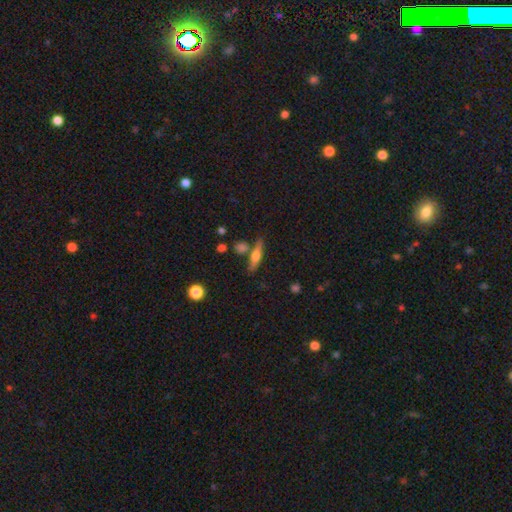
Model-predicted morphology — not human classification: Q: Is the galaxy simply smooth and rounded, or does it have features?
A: featured or disk — 48%.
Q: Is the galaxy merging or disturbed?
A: none — 70%.